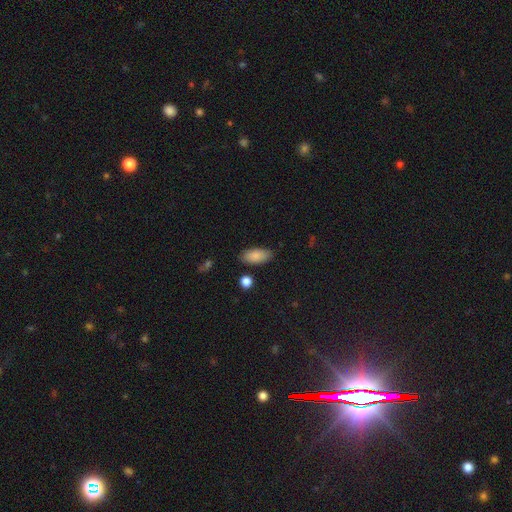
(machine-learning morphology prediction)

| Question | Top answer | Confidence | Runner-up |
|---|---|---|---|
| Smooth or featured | smooth | 87% | star or artifact (7%) |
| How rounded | in between | 89% | cigar-shaped (9%) |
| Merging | none | 84% | minor disturbance (11%) |